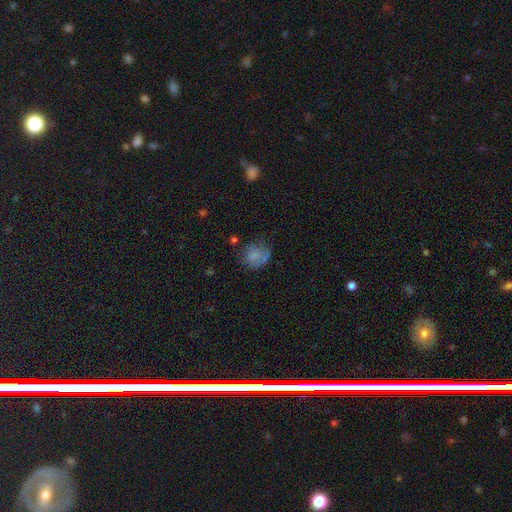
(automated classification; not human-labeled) Smooth or featured?
  - smooth: 64% *
  - featured or disk: 23%
  - star or artifact: 13%
How rounded?
  - round: 62% *
  - in between: 37%
  - cigar-shaped: 1%
Merging?
  - none: 48% *
  - minor disturbance: 28%
  - major disturbance: 20%
  - merger: 4%